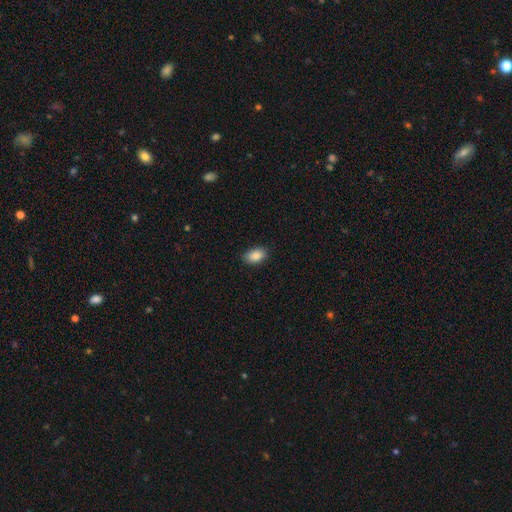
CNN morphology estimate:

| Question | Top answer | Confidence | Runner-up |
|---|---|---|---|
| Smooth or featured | smooth | 87% | star or artifact (8%) |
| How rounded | in between | 90% | round (9%) |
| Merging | none | 86% | minor disturbance (11%) |